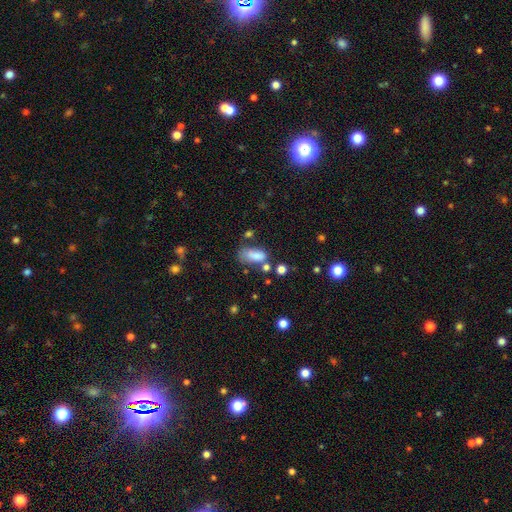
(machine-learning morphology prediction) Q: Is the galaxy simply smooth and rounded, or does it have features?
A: smooth — 79%.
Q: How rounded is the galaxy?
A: in between — 87%.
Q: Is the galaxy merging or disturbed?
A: none — 40%.